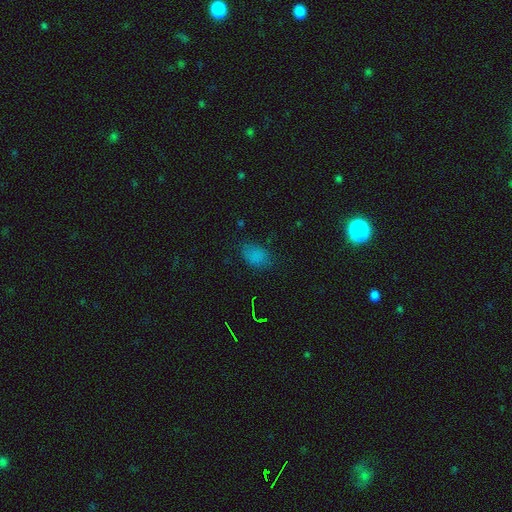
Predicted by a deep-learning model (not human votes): Smooth or featured? smooth (77%)
How rounded? in between (87%)
Merging? none (67%)